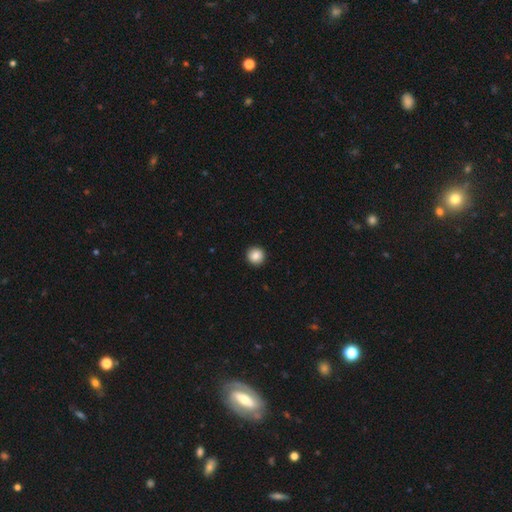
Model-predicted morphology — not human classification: This appears to be a smooth galaxy with no disk features (86%) that is round (93%). Merging: none (93%).